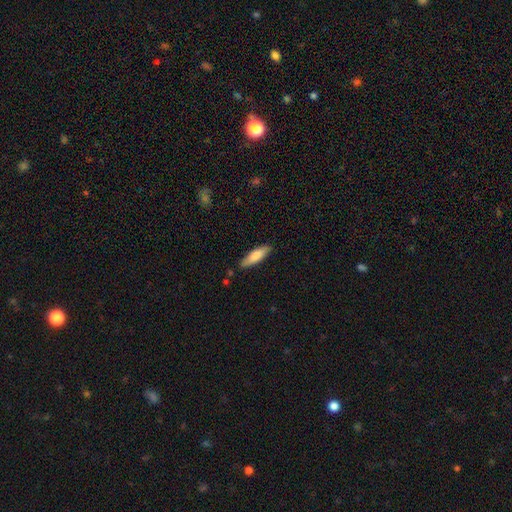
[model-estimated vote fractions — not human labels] A smooth galaxy with no disk features (82%) that is cigar-shaped (62%). Merging: none (83%).